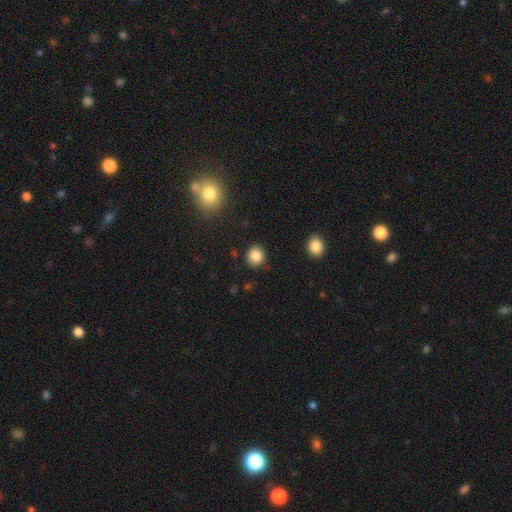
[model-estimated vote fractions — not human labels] Q: Smooth or featured?
A: smooth (86%); runner-up: star or artifact (10%)
Q: How rounded?
A: round (79%); runner-up: in between (21%)
Q: Merging?
A: none (88%); runner-up: minor disturbance (8%)